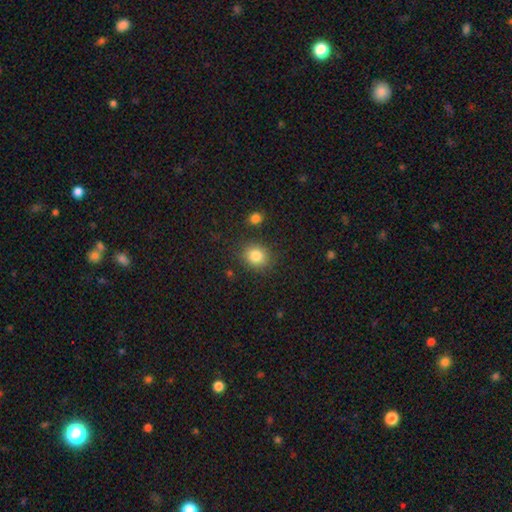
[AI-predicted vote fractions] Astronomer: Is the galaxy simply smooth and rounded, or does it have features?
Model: smooth — 83%.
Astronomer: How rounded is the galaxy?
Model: round — 77%.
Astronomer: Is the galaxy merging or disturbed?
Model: none — 84%.